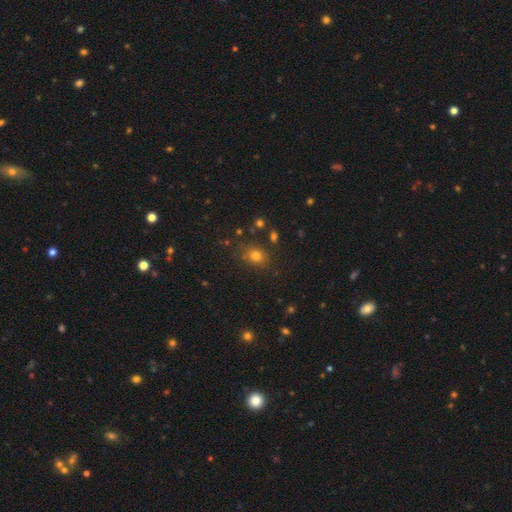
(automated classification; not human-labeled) This appears to be a smooth galaxy with no disk features (75%) that is round (54%). Merging: none (77%).